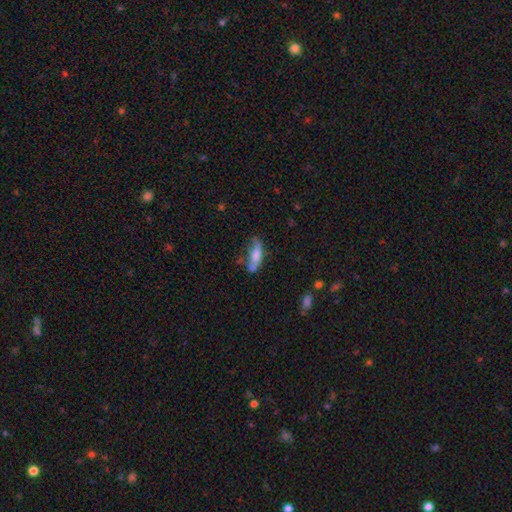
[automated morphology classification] The model was most divided on "how rounded": in between: 52%, cigar-shaped: 46%, round: 3%. Remaining: smooth or featured — smooth (60%); merging — none (45%).